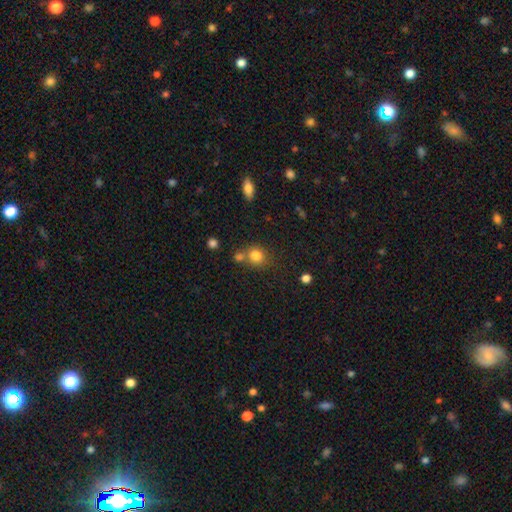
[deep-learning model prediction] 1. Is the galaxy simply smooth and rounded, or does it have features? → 80% smooth, 12% star or artifact, 8% featured or disk.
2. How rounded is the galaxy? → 81% round, 18% in between, 1% cigar-shaped.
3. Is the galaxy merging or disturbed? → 59% none, 26% merger, 11% minor disturbance, 4% major disturbance.